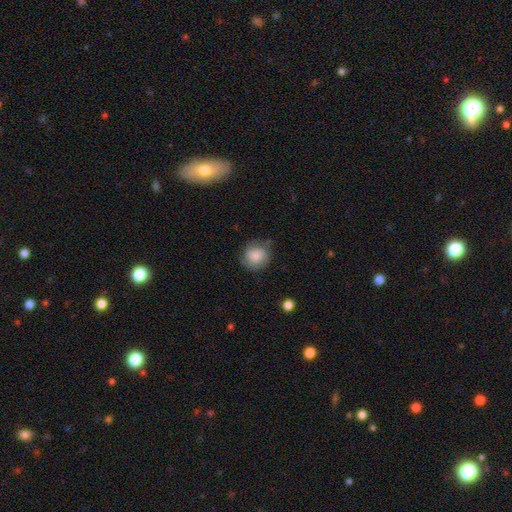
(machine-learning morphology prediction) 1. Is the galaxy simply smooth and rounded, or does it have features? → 70% smooth, 23% featured or disk, 7% star or artifact.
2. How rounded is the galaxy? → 83% round, 16% in between, 1% cigar-shaped.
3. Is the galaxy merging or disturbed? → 61% none, 28% minor disturbance, 9% major disturbance, 2% merger.